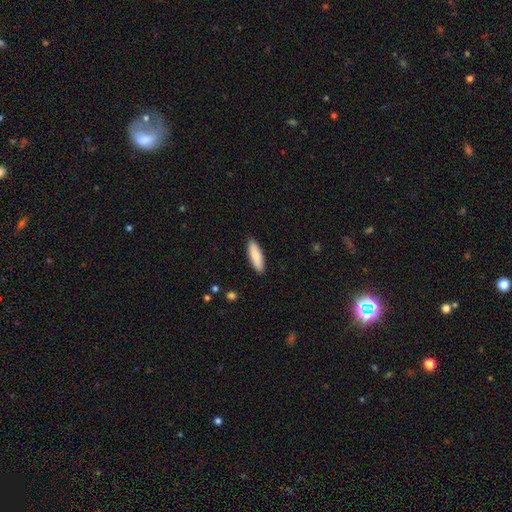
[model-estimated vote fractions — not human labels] This appears to be a smooth galaxy with no disk features (86%) that is cigar-shaped (54%). Merging: none (90%).